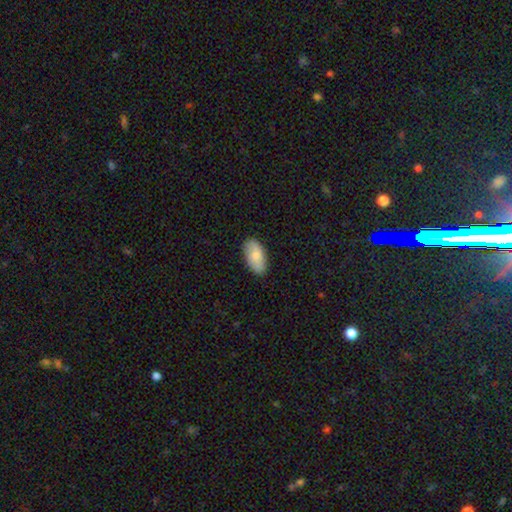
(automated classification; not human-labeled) Smooth or featured: smooth — 80% (featured or disk — 14%)
How rounded: in between — 93% (cigar-shaped — 4%)
Merging: none — 85% (minor disturbance — 12%)